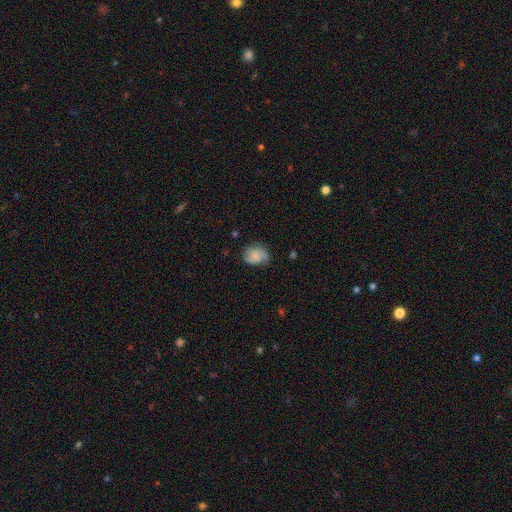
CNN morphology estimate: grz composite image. It shows a smooth galaxy with no disk features (69%) that is in between round and cigar-shaped (54%). Merging: none (62%).